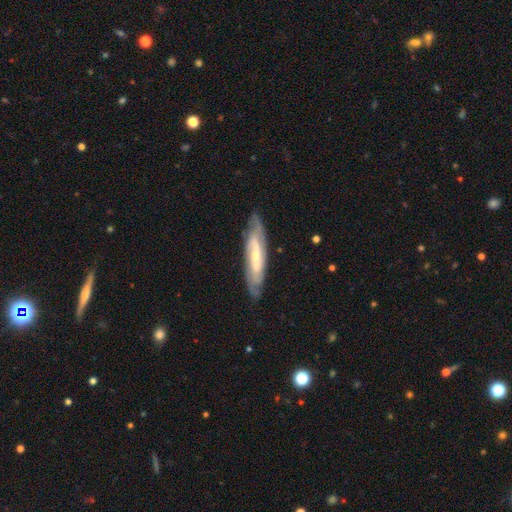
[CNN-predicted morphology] smooth-or-featured: featured or disk: 75% | smooth: 20% | star or artifact: 6%
  disk-edge-on: no: 67% | yes: 33%
    bar: weak: 38% | strong: 34% | no: 28%
    has-spiral-arms: yes: 89% | no: 11%
    bulge-size: small: 56% | moderate: 33% | none: 6% | large: 4% | dominant: 1%
  merging: none: 80% | minor disturbance: 15% | major disturbance: 4% | merger: 1%